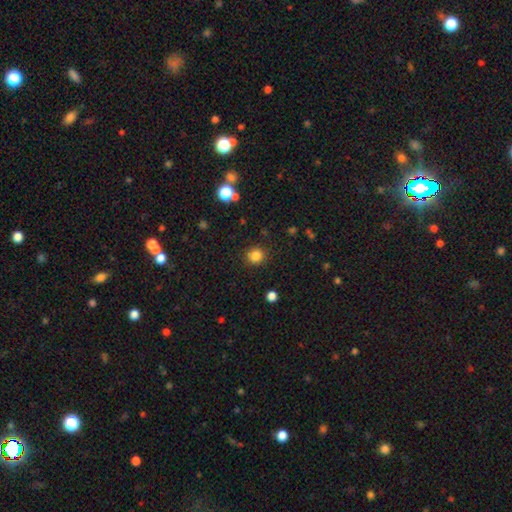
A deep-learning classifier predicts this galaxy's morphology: Smooth or featured: smooth — 84% (star or artifact — 12%)
How rounded: round — 89% (in between — 10%)
Merging: none — 90% (minor disturbance — 6%)